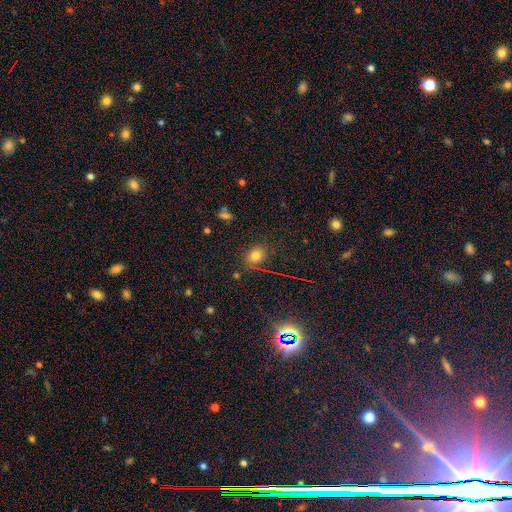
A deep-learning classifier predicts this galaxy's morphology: A smooth galaxy with no disk features (71%) that is round (51%). Merging: none (79%).